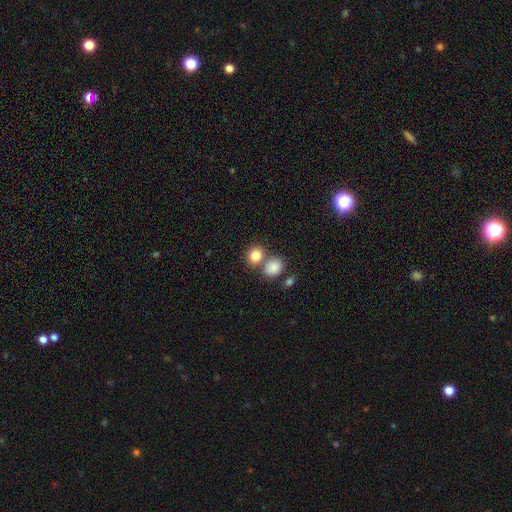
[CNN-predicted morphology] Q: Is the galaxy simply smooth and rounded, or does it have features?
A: smooth — 83%.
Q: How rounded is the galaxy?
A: round — 73%.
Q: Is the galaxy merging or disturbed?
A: none — 56%.